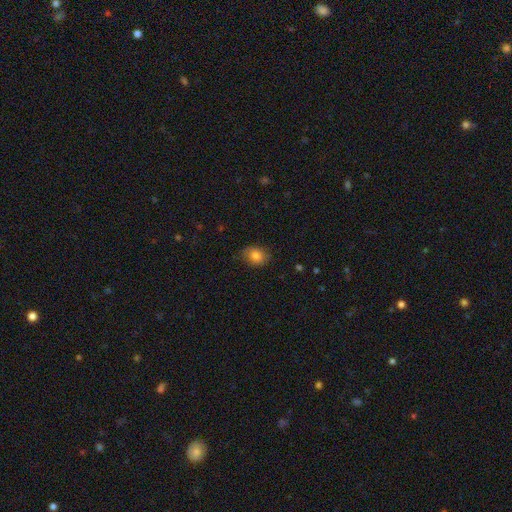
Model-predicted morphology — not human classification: The model was most divided on "how rounded": in between: 55%, round: 44%, cigar-shaped: 1%. More confident: smooth or featured — smooth (80%); merging — none (79%).